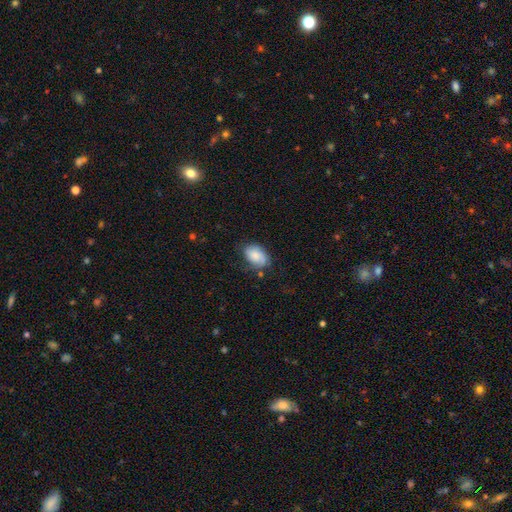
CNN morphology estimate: A smooth galaxy with no disk features (75%) that is in between round and cigar-shaped (87%).

Vote fractions:
- Smooth or featured? smooth: 75% / featured or disk: 18% / star or artifact: 7%
- How rounded? in between: 87% / round: 12% / cigar-shaped: 1%
- Merging? none: 62% / minor disturbance: 27% / major disturbance: 8% / merger: 3%